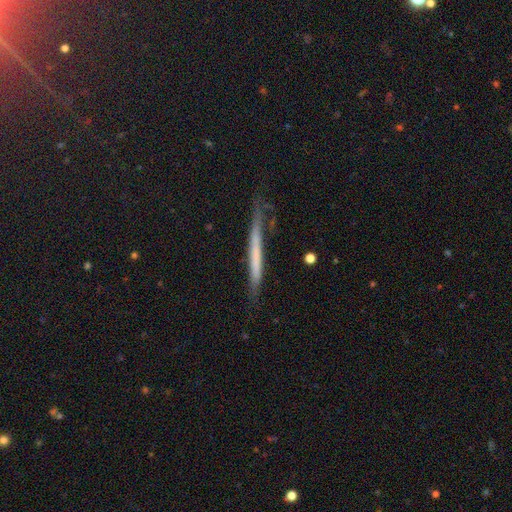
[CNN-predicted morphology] This appears to be a smooth galaxy with no disk features (47%). Merging: none (69%).